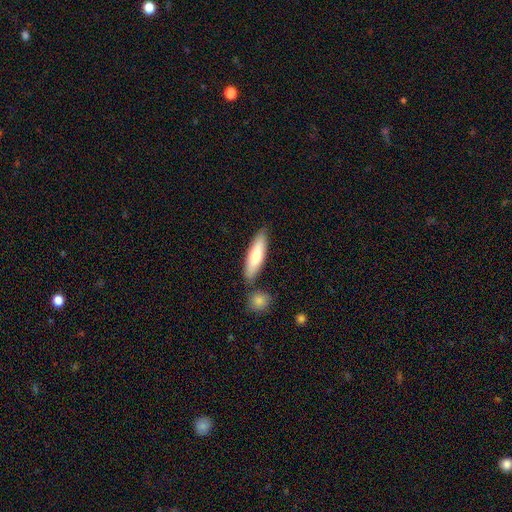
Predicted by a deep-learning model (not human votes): Smooth or featured: smooth — 69% (featured or disk — 26%)
How rounded: cigar-shaped — 57% (in between — 41%)
Merging: none — 76% (minor disturbance — 11%)